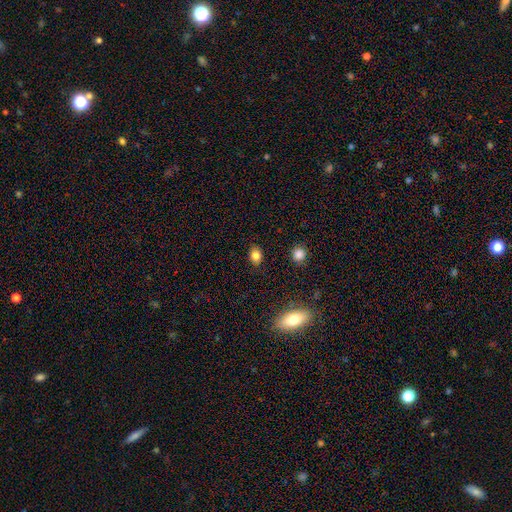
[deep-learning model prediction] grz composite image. It shows a smooth galaxy with no disk features (83%) that is in between round and cigar-shaped (69%). Merging: none (87%).